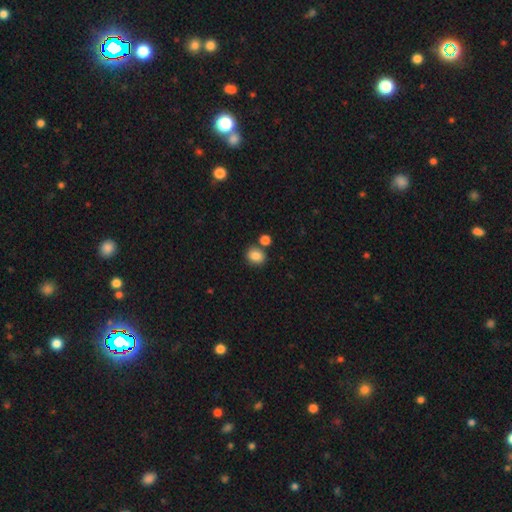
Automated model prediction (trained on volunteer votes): Smooth or featured?
  - smooth: 85% *
  - star or artifact: 10%
  - featured or disk: 5%
How rounded?
  - round: 57% *
  - in between: 42%
  - cigar-shaped: 1%
Merging?
  - none: 68% *
  - merger: 17%
  - minor disturbance: 11%
  - major disturbance: 3%